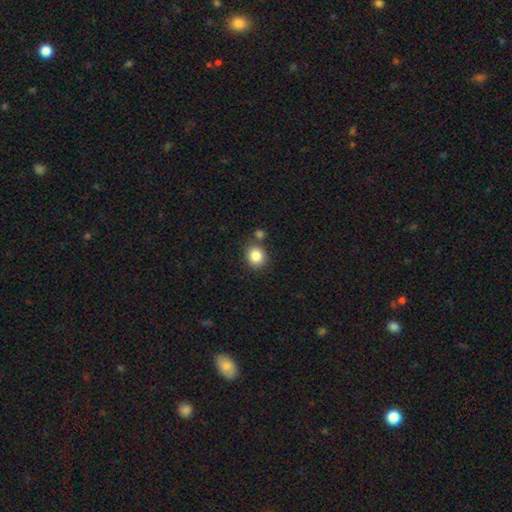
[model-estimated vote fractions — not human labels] Morphology: type=smooth (86%); roundness=round (76%); merging=none (71%).